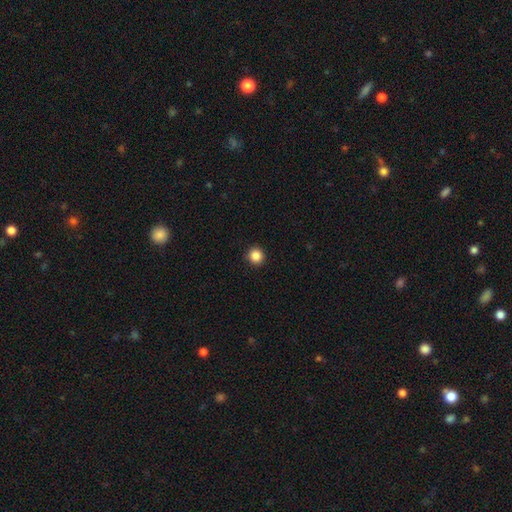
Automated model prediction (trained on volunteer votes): A smooth galaxy with no disk features (86%) that is round (95%). Merging: none (93%).